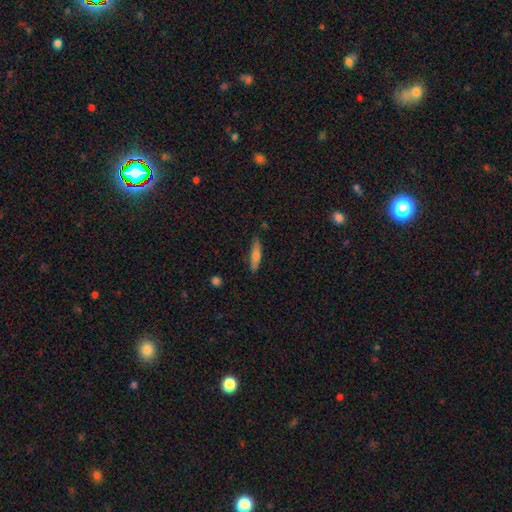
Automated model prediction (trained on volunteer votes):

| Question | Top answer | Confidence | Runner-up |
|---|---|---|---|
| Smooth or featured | smooth | 65% | featured or disk (28%) |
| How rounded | cigar-shaped | 78% | in between (20%) |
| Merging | none | 81% | minor disturbance (14%) |